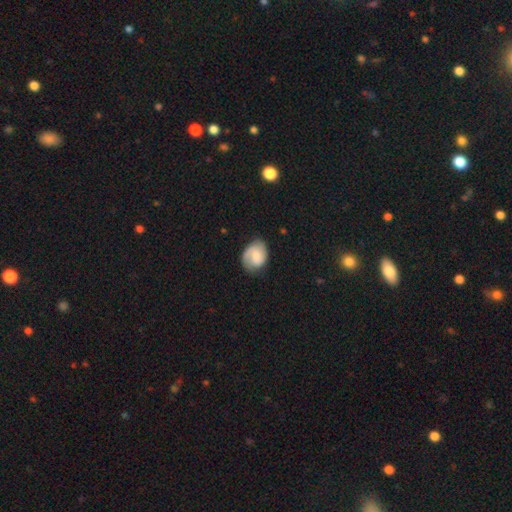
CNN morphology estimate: Smooth or featured: featured or disk — 51% (smooth — 42%)
Edge-on disk: no — 97% (yes — 3%)
Merging: none — 67% (minor disturbance — 22%)